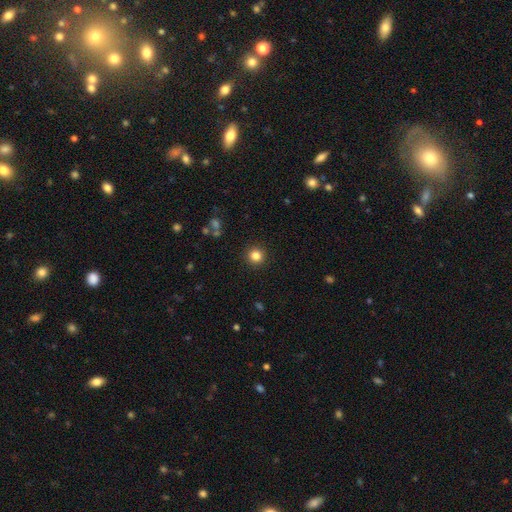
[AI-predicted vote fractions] Morphology: type=smooth (83%); roundness=round (95%); merging=none (92%).